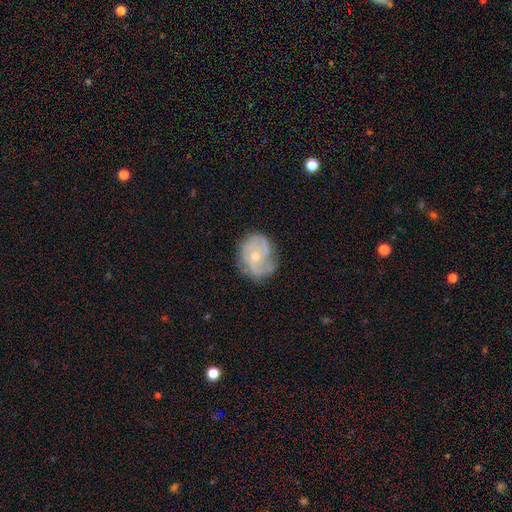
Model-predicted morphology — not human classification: Smooth or featured? Predicted: featured or disk (p=0.78). Edge-on disk? Predicted: no (p=0.97). Bar? Predicted: no (p=0.75). Spiral arms? Predicted: yes (p=0.91). Spiral winding? Predicted: tight (p=0.47). Spiral arm count? Predicted: 2 (p=0.40). Bulge size? Predicted: moderate (p=0.52). Merging? Predicted: none (p=0.67).